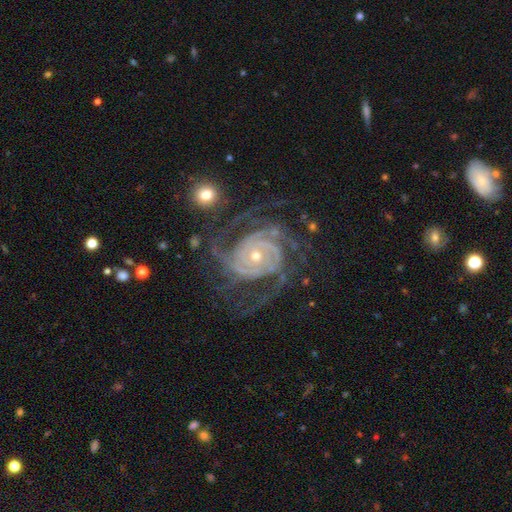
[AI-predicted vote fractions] Overall: featured or disk (92%). Edge-on disk: no (98%). Bar: no (74%). Spiral arms: yes (98%). Spiral arm count: 3 (28%; 4 23%). Spiral winding: tight (71%). Bulge size: small (61%; moderate 35%). Merging: none (65%).